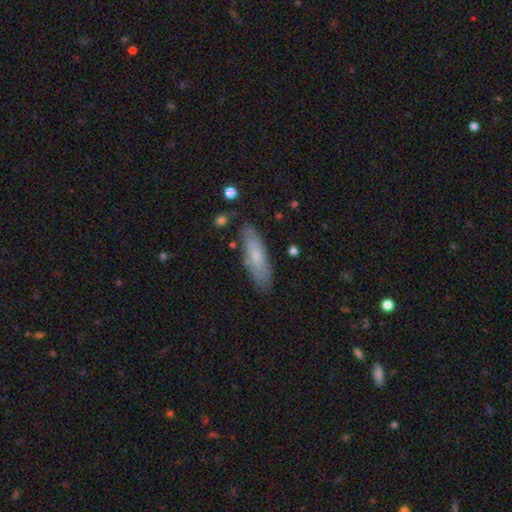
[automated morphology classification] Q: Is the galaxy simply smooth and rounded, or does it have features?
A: smooth — 66%.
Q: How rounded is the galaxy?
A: cigar-shaped — 56%.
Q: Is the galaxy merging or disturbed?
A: none — 81%.